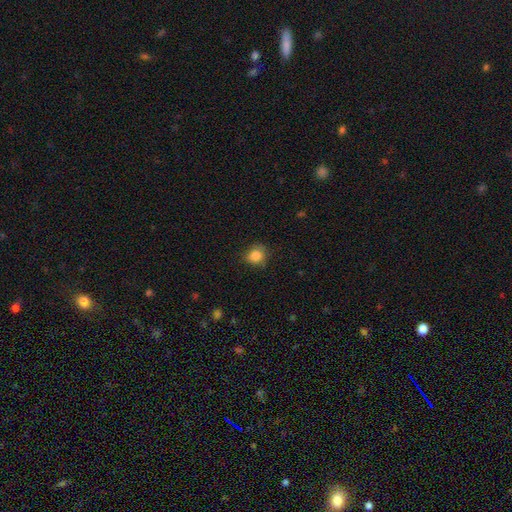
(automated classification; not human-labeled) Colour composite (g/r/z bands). It shows a smooth galaxy with no disk features (84%) that is round (80%). Merging: none (75%).